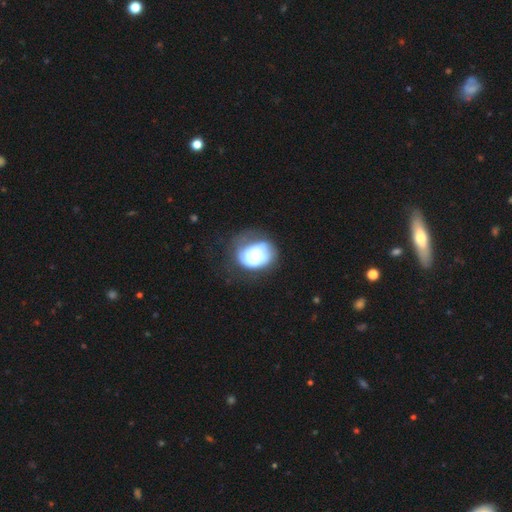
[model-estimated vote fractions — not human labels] smooth 50%, featured or disk 41%, star or artifact 9%. Down the decision tree: how rounded — in between (56%); merging — none (33%).